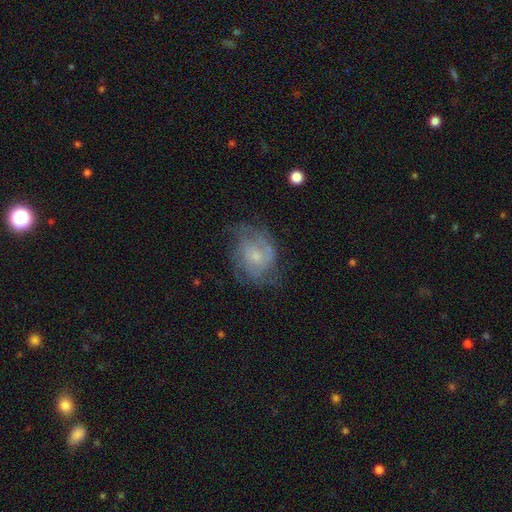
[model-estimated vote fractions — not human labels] featured or disk 68%, smooth 23%, star or artifact 9%. Down the decision tree: edge-on disk — no (97%); bar — no (69%); spiral arms — yes (82%); spiral arm count — can't tell (43%); spiral winding — tight (45%); bulge size — small (60%); merging — none (60%).